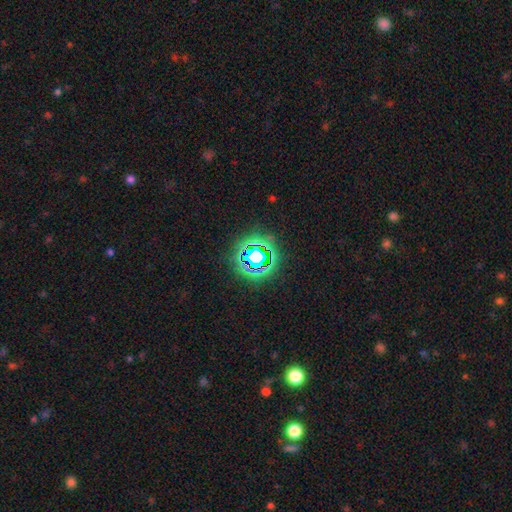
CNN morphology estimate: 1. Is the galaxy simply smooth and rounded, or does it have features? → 65% star or artifact, 23% smooth, 12% featured or disk.